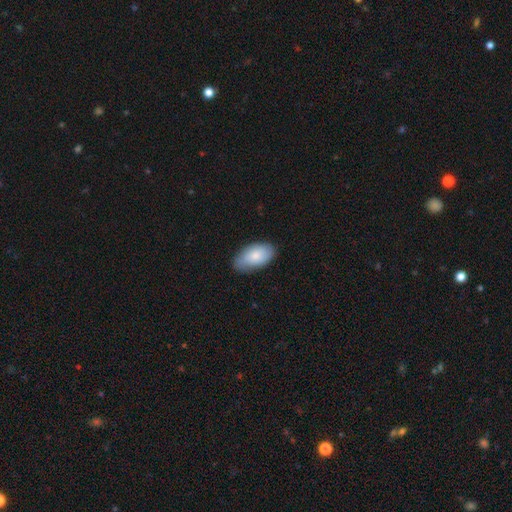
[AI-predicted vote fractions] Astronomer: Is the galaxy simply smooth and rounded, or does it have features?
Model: smooth — 78%.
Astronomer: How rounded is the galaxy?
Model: in between — 94%.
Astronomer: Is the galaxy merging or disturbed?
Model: none — 77%.